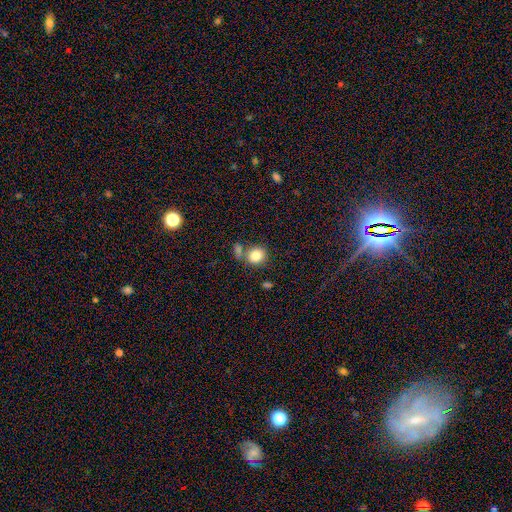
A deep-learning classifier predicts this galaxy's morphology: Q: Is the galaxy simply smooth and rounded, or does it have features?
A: smooth — 83%.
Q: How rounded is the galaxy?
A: round — 78%.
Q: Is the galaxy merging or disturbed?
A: none — 61%.